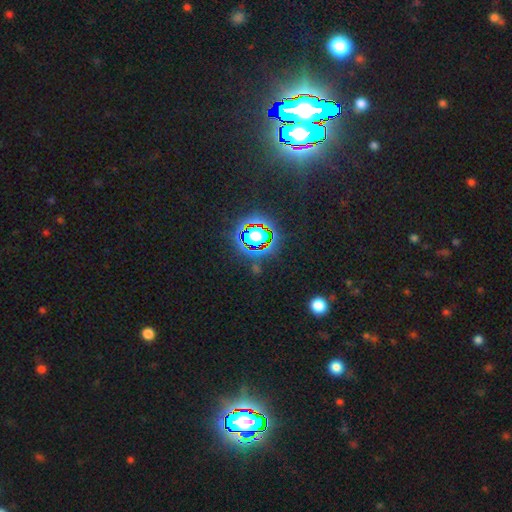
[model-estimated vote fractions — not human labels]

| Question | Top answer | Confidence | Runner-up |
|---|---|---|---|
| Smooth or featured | star or artifact | 83% | smooth (9%) |